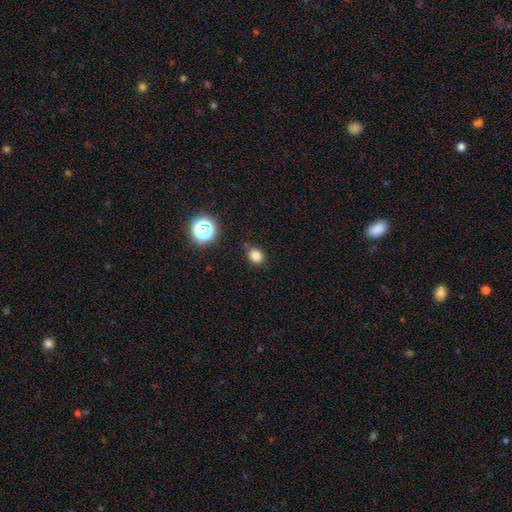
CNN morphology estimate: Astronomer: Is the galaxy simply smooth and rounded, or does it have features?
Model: smooth — 80%.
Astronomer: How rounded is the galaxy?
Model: round — 62%.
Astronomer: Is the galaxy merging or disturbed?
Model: none — 74%.